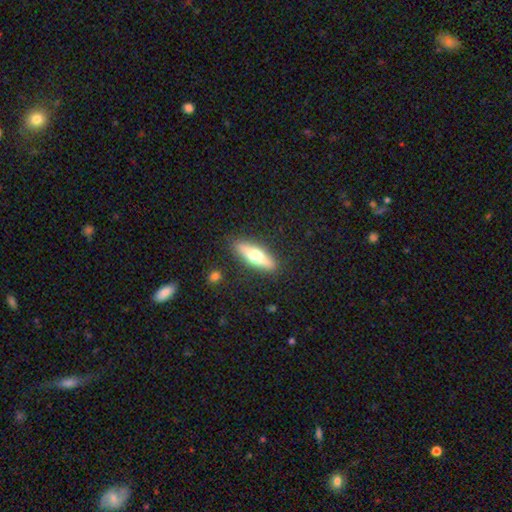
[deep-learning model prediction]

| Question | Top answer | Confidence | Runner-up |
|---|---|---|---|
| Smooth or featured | smooth | 52% | featured or disk (42%) |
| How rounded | cigar-shaped | 61% | in between (37%) |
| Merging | none | 87% | minor disturbance (9%) |